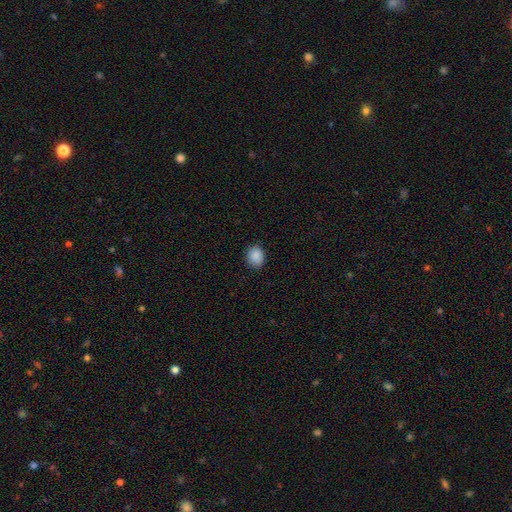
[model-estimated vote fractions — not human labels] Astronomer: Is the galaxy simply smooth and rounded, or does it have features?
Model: smooth — 88%.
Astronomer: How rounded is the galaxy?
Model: round — 57% (runner-up: in between, 42%).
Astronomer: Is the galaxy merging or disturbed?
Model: none — 84%.